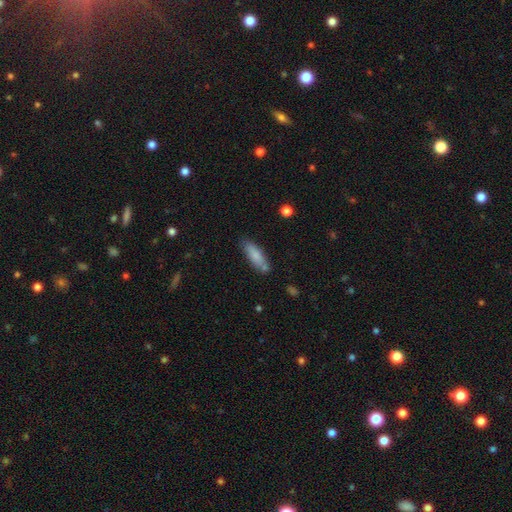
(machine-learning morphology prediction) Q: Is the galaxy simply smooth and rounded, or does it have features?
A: smooth — 80%.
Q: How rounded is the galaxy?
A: in between — 50%.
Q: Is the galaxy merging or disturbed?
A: none — 73%.